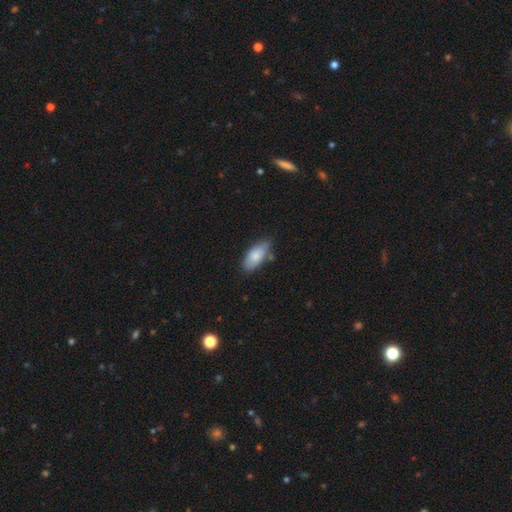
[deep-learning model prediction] Smooth or featured? smooth (78%)
How rounded? in between (89%)
Merging? none (67%)